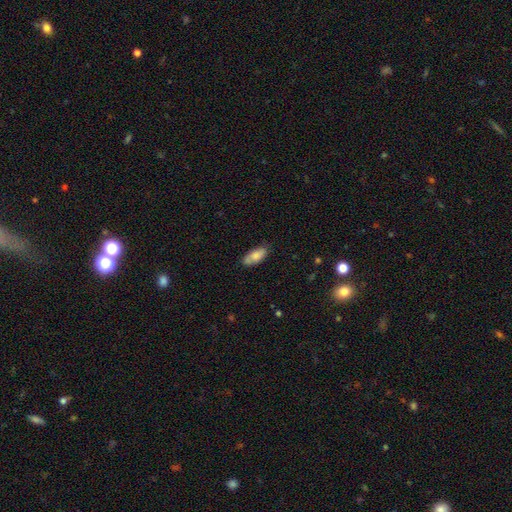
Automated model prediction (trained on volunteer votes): The model was most divided on "merging": none: 77%, minor disturbance: 19%, major disturbance: 3%, merger: 2%. More confident: how rounded — in between (87%); smooth or featured — smooth (77%).